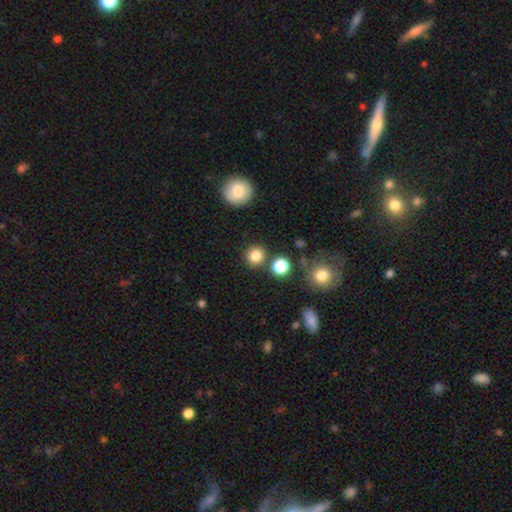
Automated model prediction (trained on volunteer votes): The model was most divided on "smooth or featured": smooth: 82%, star or artifact: 12%, featured or disk: 5%. More confident: how rounded — round (90%); merging — none (84%).